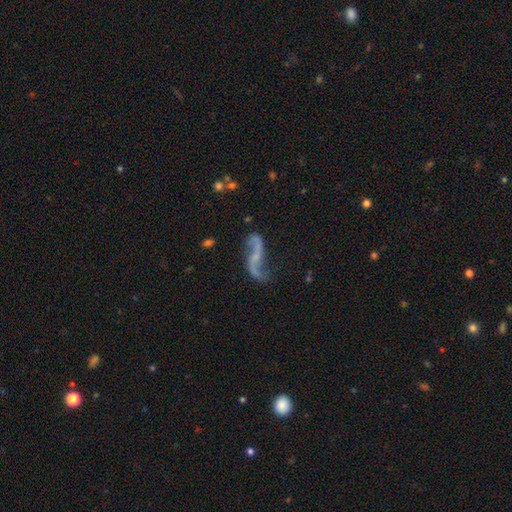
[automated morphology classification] Smooth or featured? Predicted: featured or disk (p=0.87). Edge-on disk? Predicted: no (p=0.94). Bar? Predicted: no (p=0.49). Spiral arms? Predicted: yes (p=0.94). Spiral winding? Predicted: loose (p=0.91). Spiral arm count? Predicted: 2 (p=0.93). Bulge size? Predicted: small (p=0.51). Merging? Predicted: none (p=0.68).